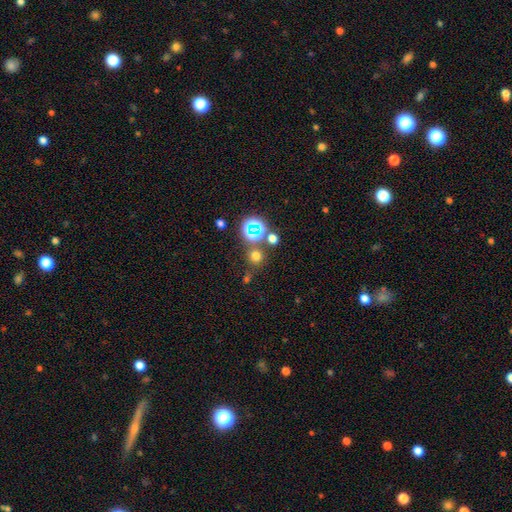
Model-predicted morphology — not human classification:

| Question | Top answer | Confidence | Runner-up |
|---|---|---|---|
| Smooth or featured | smooth | 63% | star or artifact (30%) |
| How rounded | round | 91% | in between (8%) |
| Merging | none | 74% | merger (14%) |